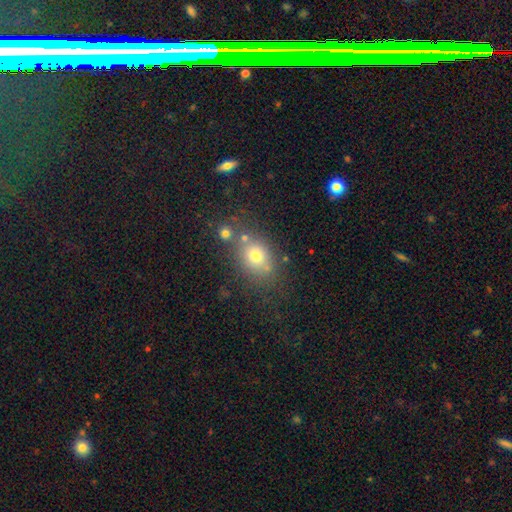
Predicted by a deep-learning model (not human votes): This appears to be a smooth galaxy with no disk features (71%) that is in between round and cigar-shaped (56%). Merging: none (66%).